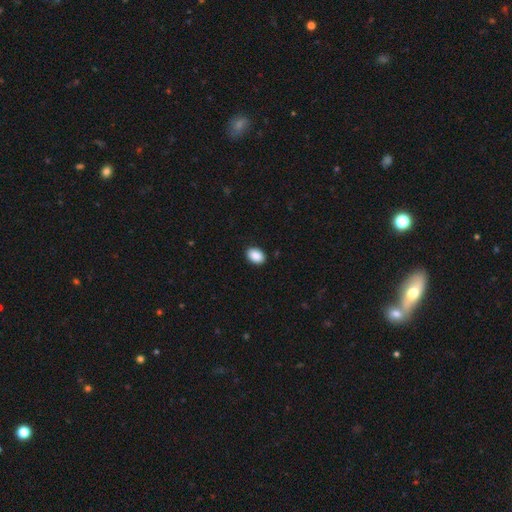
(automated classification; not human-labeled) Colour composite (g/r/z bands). It shows a smooth galaxy with no disk features (90%) that is in between round and cigar-shaped (83%). Merging: none (90%).